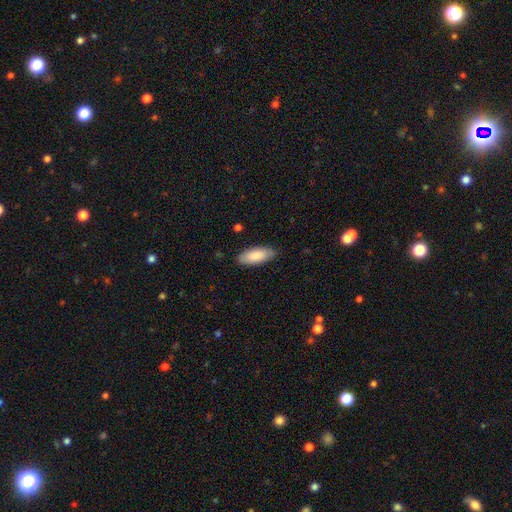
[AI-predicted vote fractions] This appears to be a smooth galaxy with no disk features (84%) that is in between round and cigar-shaped (79%). Merging: none (86%).